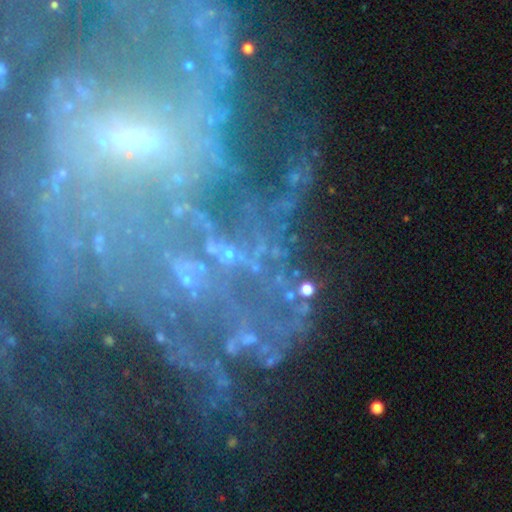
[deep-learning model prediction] This appears to be a featured or disk galaxy (56%) with no bar (56%), spiral arms (67%) and a small central bulge (54%). Merging: none (55%).